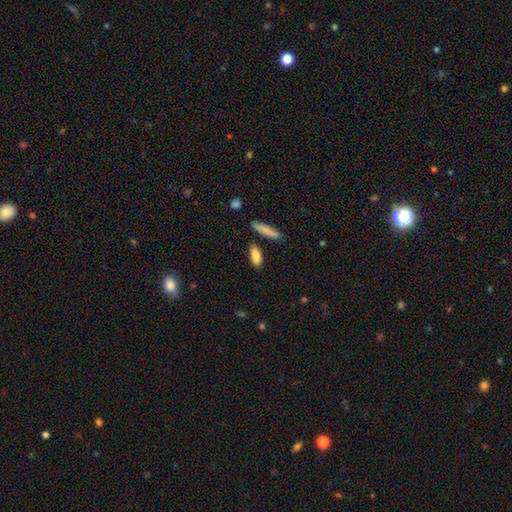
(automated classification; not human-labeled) smooth 85%, featured or disk 9%, star or artifact 7%. Down the decision tree: how rounded — in between (74%); merging — none (82%).